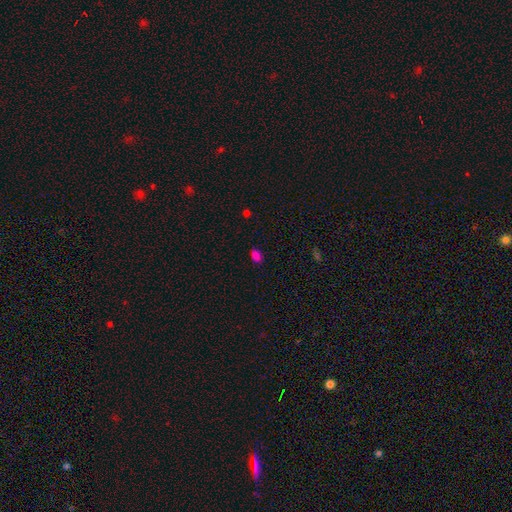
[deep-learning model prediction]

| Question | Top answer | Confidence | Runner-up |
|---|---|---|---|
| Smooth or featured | smooth | 76% | star or artifact (20%) |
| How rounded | in between | 85% | round (14%) |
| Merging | none | 82% | minor disturbance (12%) |